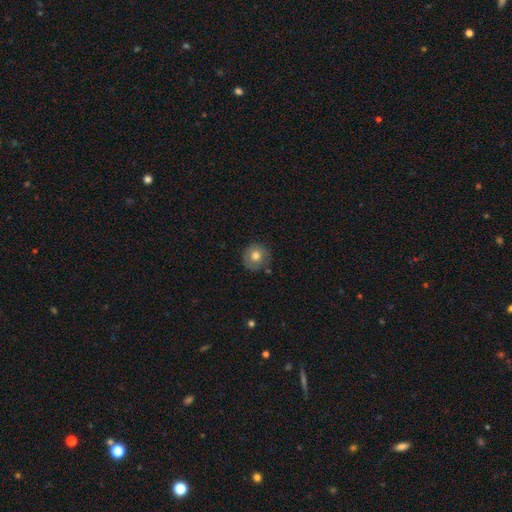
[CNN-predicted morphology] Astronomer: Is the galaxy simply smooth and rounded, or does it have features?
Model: smooth — 73%.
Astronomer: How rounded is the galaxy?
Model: round — 93%.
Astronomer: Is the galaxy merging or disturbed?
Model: none — 82%.